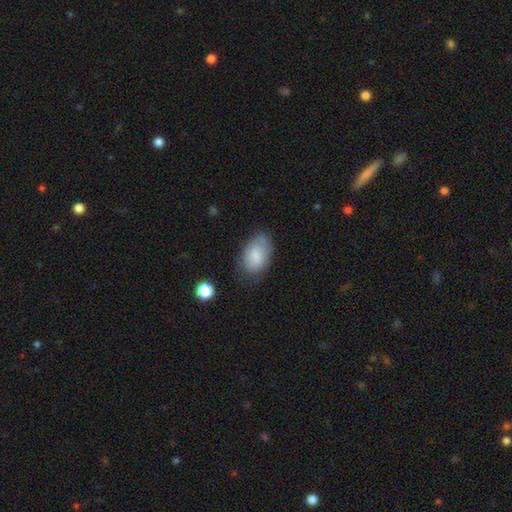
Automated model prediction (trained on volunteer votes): smooth-or-featured: smooth: 80% | featured or disk: 12% | star or artifact: 7%
  how-rounded: in between: 91% | round: 7% | cigar-shaped: 1%
  merging: none: 69% | minor disturbance: 22% | major disturbance: 7% | merger: 2%